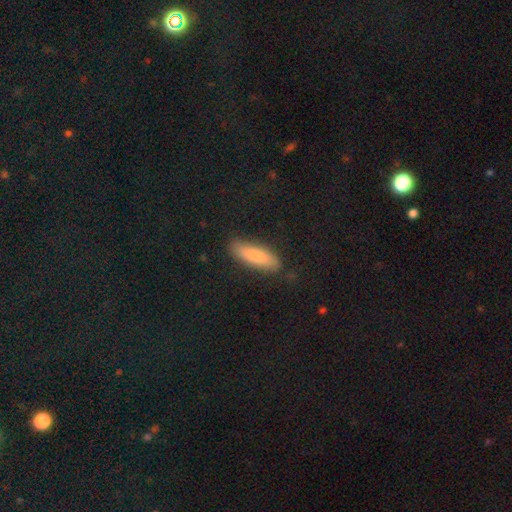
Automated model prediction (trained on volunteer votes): The model was most divided on "how rounded": cigar-shaped: 53%, in between: 46%, round: 2%. More confident: smooth or featured — smooth (84%); merging — none (83%).